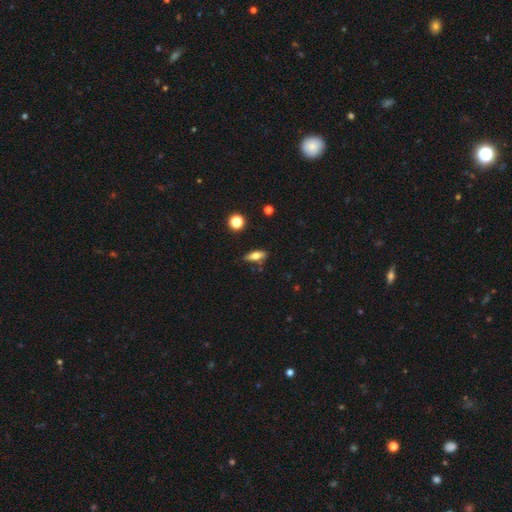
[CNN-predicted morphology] Smooth or featured: smooth — 68% (featured or disk — 23%)
How rounded: in between — 71% (cigar-shaped — 24%)
Merging: none — 76% (minor disturbance — 16%)